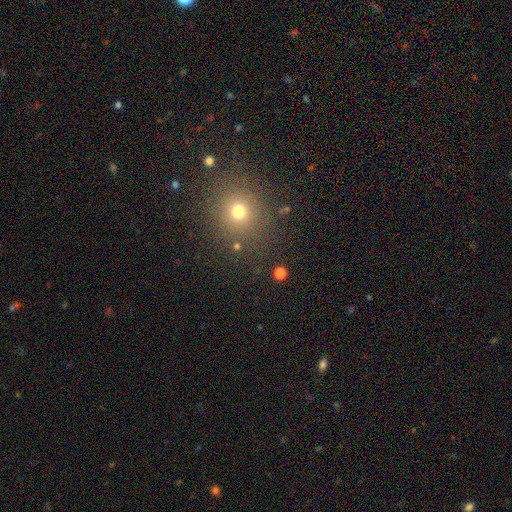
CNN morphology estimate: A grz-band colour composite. It shows a smooth galaxy with no disk features (59%) that is round (84%). Merging: none (88%).